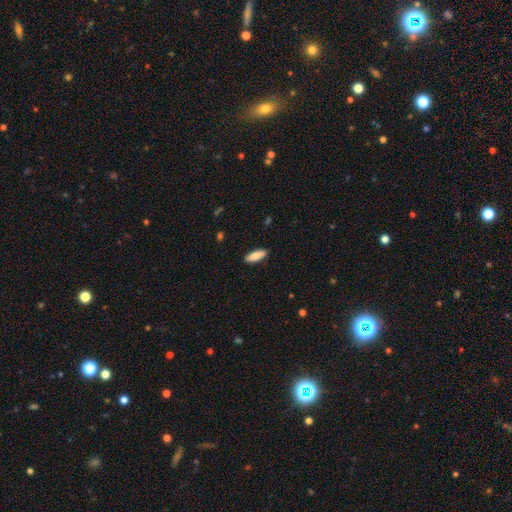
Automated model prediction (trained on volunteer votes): Smooth or featured: smooth — 82% (featured or disk — 12%)
How rounded: in between — 63% (cigar-shaped — 35%)
Merging: none — 89% (minor disturbance — 8%)